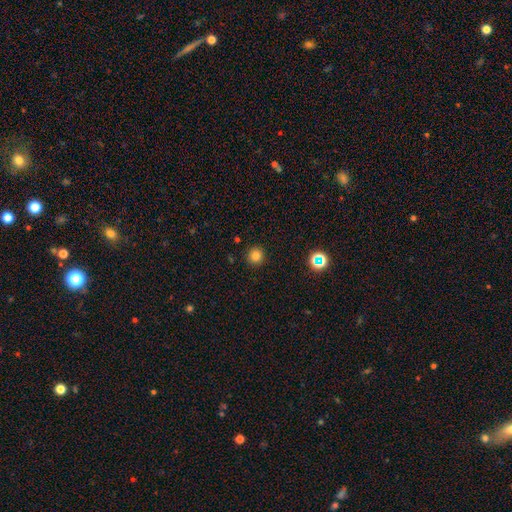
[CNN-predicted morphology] Smooth or featured? Predicted: smooth (p=0.80). How rounded? Predicted: round (p=0.95). Merging? Predicted: none (p=0.92).